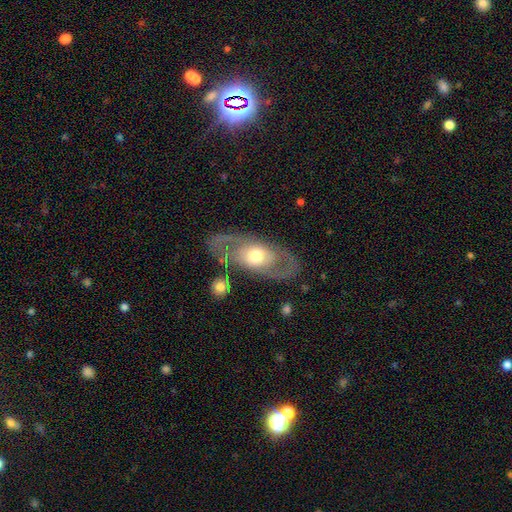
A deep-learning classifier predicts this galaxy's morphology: smooth_or_featured: featured or disk (p=0.65) [alt: smooth p=0.30]
disk_edge_on: no (p=0.86) [alt: yes p=0.14]
bar: no (p=0.81) [alt: weak p=0.14]
has_spiral_arms: no (p=0.60) [alt: yes p=0.40]
bulge_size: moderate (p=0.66) [alt: large p=0.21]
merging: none (p=0.75) [alt: minor disturbance p=0.14]